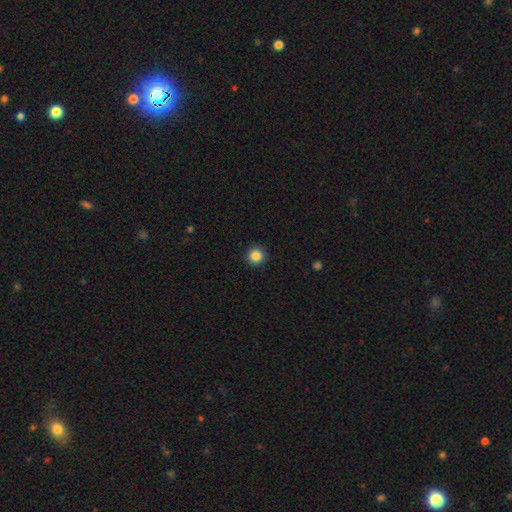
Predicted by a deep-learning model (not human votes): Overall: smooth (86%). How rounded: round (95%). Merging: none (92%).